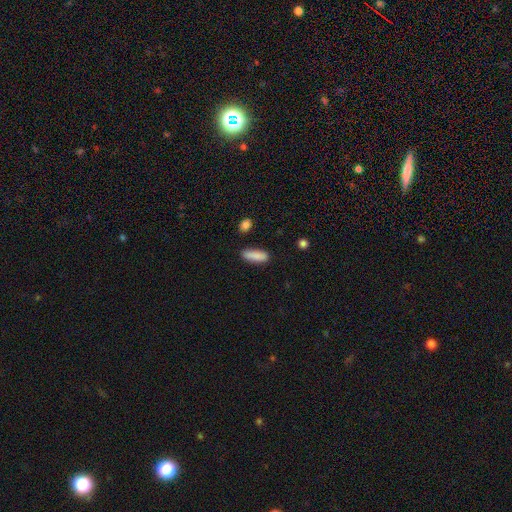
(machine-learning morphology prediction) smooth_or_featured: smooth (p=0.88) [alt: star or artifact p=0.07]
how_rounded: in between (p=0.55) [alt: cigar-shaped p=0.43]
merging: none (p=0.84) [alt: minor disturbance p=0.11]